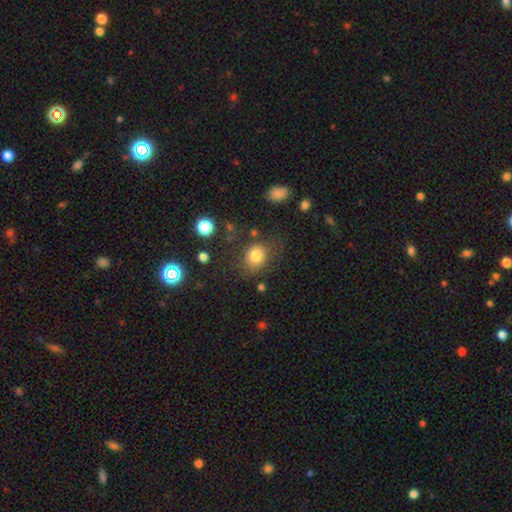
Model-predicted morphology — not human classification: smooth 80%, star or artifact 12%, featured or disk 8%. Down the decision tree: how rounded — round (58%); merging — none (71%).